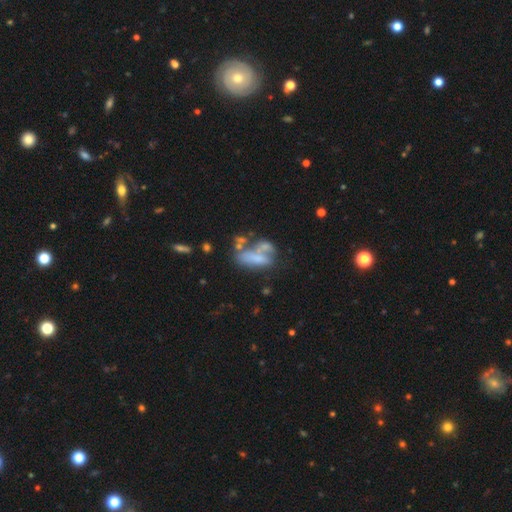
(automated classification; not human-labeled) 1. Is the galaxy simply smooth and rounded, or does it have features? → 44% featured or disk, 42% smooth, 14% star or artifact.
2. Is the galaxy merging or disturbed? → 39% merger, 25% major disturbance, 22% none, 14% minor disturbance.